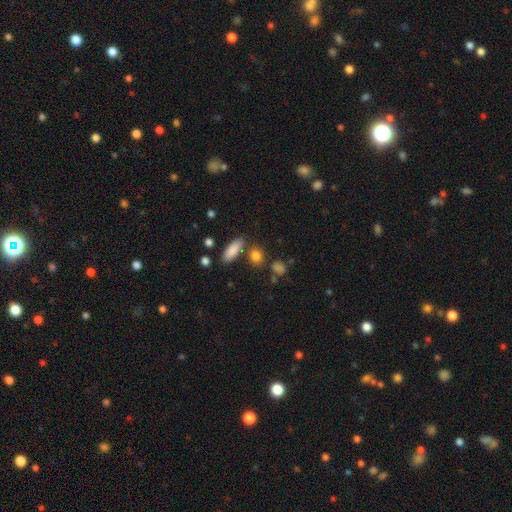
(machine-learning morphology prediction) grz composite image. It shows a smooth galaxy with no disk features (84%) that is in between round and cigar-shaped (52%). Merging: none (74%).